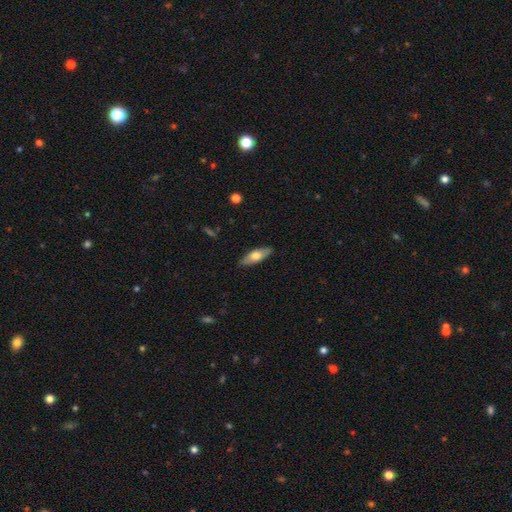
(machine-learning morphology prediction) A smooth galaxy with no disk features (65%) that is in between round and cigar-shaped (62%). Merging: none (87%).